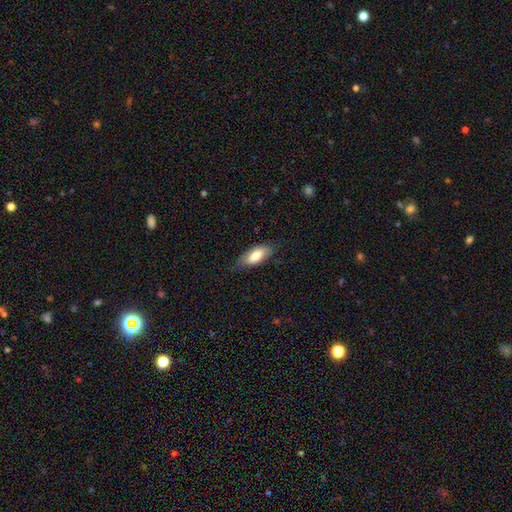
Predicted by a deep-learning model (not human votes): This is likely a smooth galaxy (77%). How rounded: clearly in between (80%). Merging: likely none (73%).